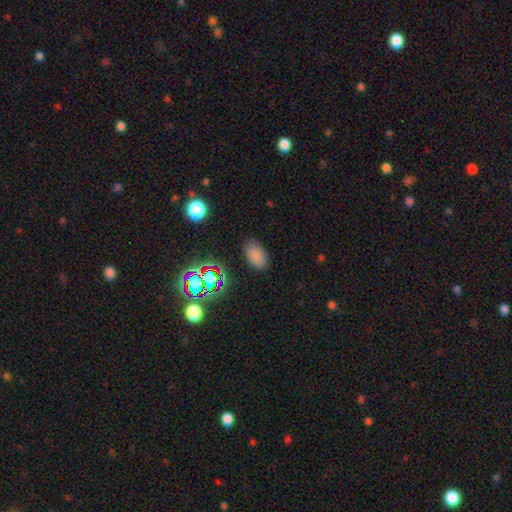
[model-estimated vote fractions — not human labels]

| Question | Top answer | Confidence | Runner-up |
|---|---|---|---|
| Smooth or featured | smooth | 77% | star or artifact (17%) |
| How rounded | in between | 90% | round (9%) |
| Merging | none | 84% | minor disturbance (11%) |